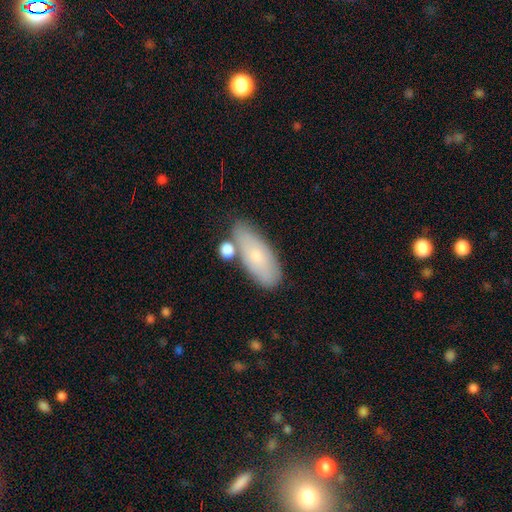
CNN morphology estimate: Smooth or featured? Predicted: smooth (p=0.72). How rounded? Predicted: in between (p=0.84). Merging? Predicted: none (p=0.67).